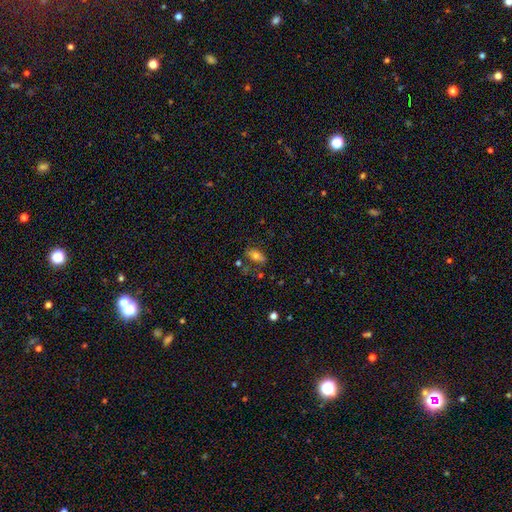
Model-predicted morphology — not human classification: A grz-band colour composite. It shows a smooth galaxy with no disk features (67%) that is in between round and cigar-shaped (87%). Merging: none (60%).